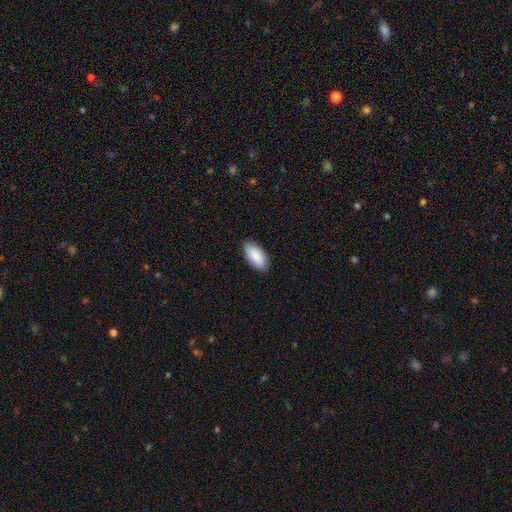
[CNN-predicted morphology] Q: Smooth or featured?
A: smooth (88%); runner-up: featured or disk (6%)
Q: How rounded?
A: in between (92%); runner-up: cigar-shaped (6%)
Q: Merging?
A: none (85%); runner-up: minor disturbance (12%)